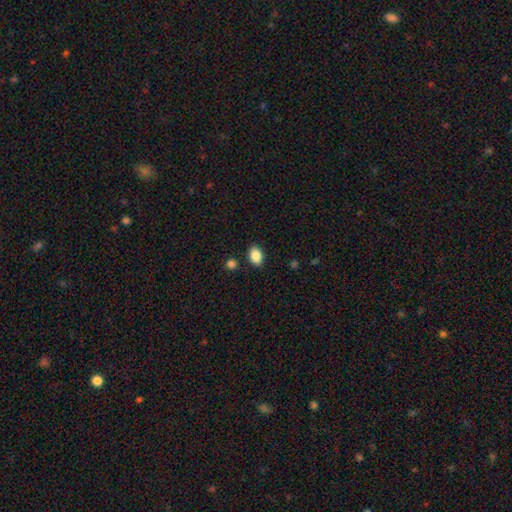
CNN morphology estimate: A smooth galaxy with no disk features (86%) that is in between round and cigar-shaped (76%). Merging: none (85%).